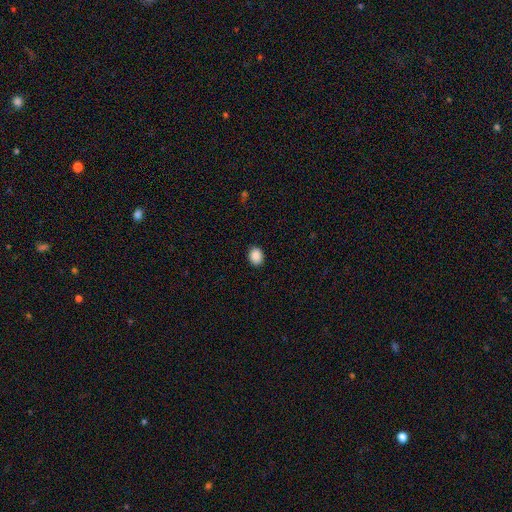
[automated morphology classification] A smooth galaxy with no disk features (89%) that is in between round and cigar-shaped (54%). Merging: none (90%).